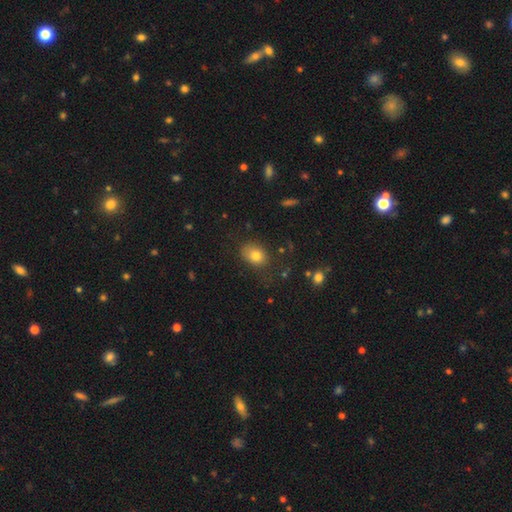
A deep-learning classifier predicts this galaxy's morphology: Smooth or featured: smooth — 79% (star or artifact — 11%)
How rounded: in between — 66% (round — 33%)
Merging: none — 71% (minor disturbance — 20%)